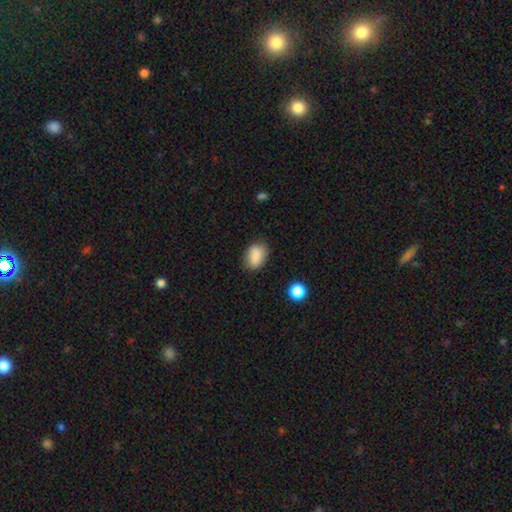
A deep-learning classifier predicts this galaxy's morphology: Smooth or featured?
  - smooth: 85% *
  - star or artifact: 8%
  - featured or disk: 7%
How rounded?
  - in between: 78% *
  - round: 20%
  - cigar-shaped: 1%
Merging?
  - none: 77% *
  - minor disturbance: 18%
  - major disturbance: 4%
  - merger: 2%